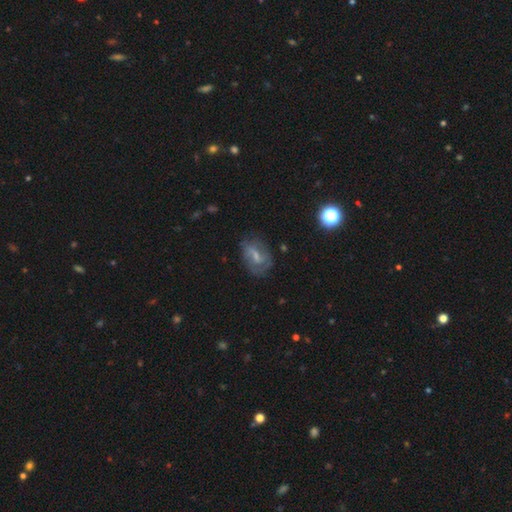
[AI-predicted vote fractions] Smooth or featured? Predicted: featured or disk (p=0.60). Edge-on disk? Predicted: no (p=0.95). Bar? Predicted: weak (p=0.54). Spiral arms? Predicted: yes (p=0.78). Bulge size? Predicted: small (p=0.39). Merging? Predicted: none (p=0.63).